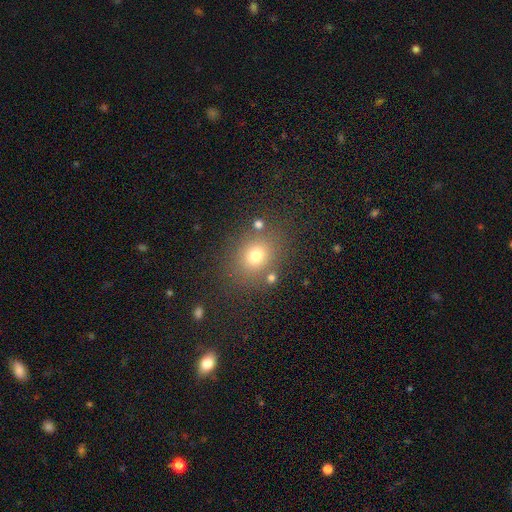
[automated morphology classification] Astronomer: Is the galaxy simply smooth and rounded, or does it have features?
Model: smooth — 72%.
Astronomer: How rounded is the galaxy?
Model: round — 62%.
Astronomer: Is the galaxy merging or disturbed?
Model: none — 78%.